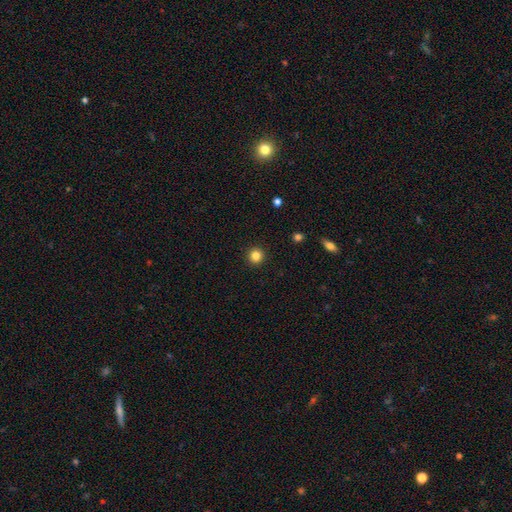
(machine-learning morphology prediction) Smooth or featured: smooth — 83% (star or artifact — 12%)
How rounded: round — 94% (in between — 5%)
Merging: none — 93% (minor disturbance — 4%)